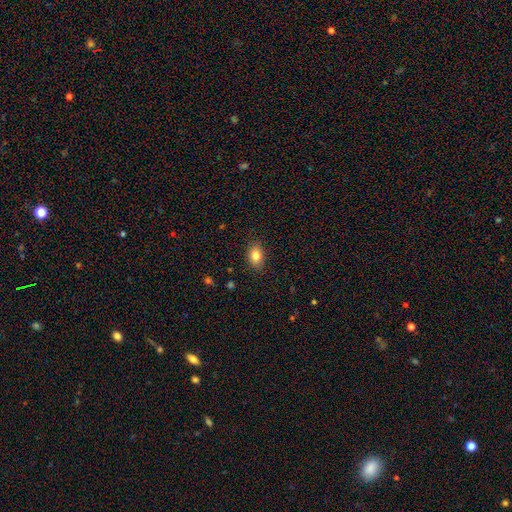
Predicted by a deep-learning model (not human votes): Morphology: type=smooth (83%); roundness=in between (81%); merging=none (87%).